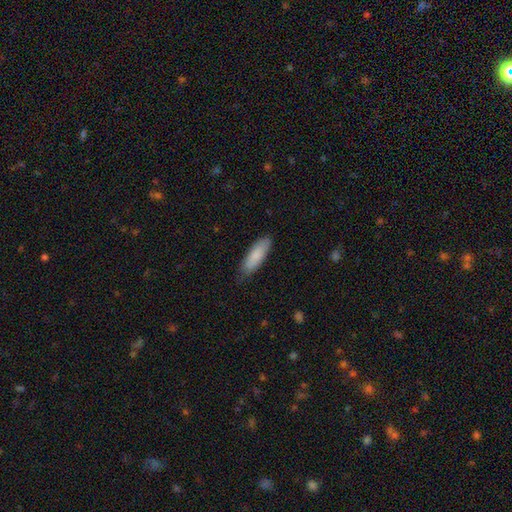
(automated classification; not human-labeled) Q: Smooth or featured?
A: smooth (86%); runner-up: featured or disk (9%)
Q: How rounded?
A: in between (54%); runner-up: cigar-shaped (45%)
Q: Merging?
A: none (78%); runner-up: minor disturbance (18%)